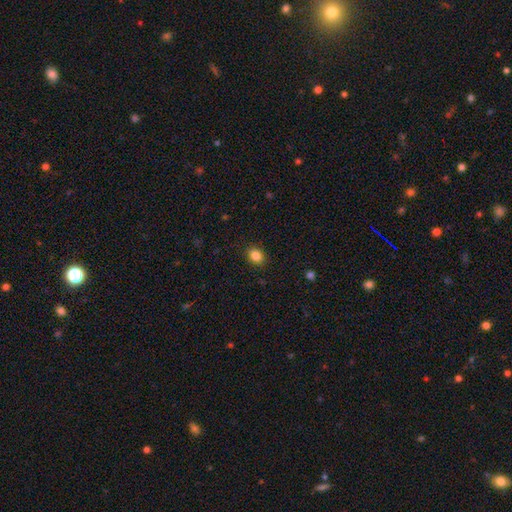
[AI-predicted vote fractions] Smooth or featured: smooth — 86% (star or artifact — 10%)
How rounded: in between — 51% (round — 48%)
Merging: none — 89% (minor disturbance — 8%)